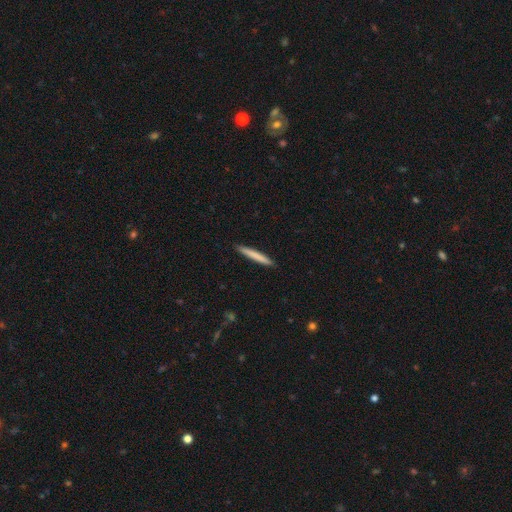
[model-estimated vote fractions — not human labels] A smooth galaxy with no disk features (77%) that is cigar-shaped (96%).

Vote fractions:
- Smooth or featured? smooth: 77% / featured or disk: 18% / star or artifact: 5%
- How rounded? cigar-shaped: 96% / in between: 3% / round: 1%
- Merging? none: 91% / minor disturbance: 6% / major disturbance: 1% / merger: 1%